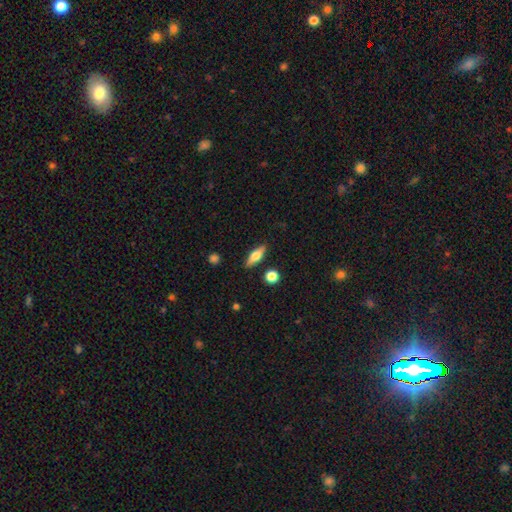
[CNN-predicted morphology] This is possibly a smooth galaxy (56%). How rounded: possibly in between (54%). Merging: clearly none (85%).